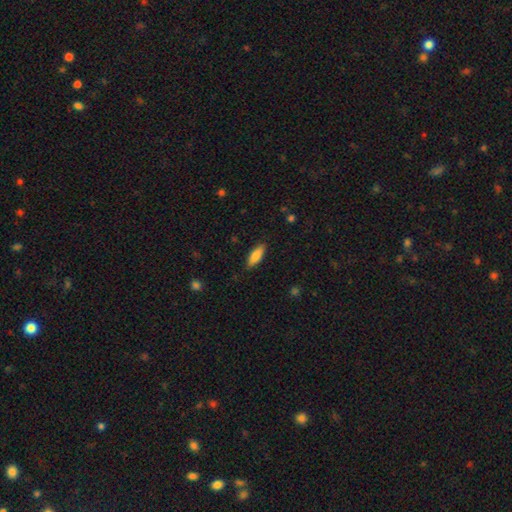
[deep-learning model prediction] This appears to be a smooth galaxy with no disk features (81%) that is in between round and cigar-shaped (64%). Merging: none (86%).